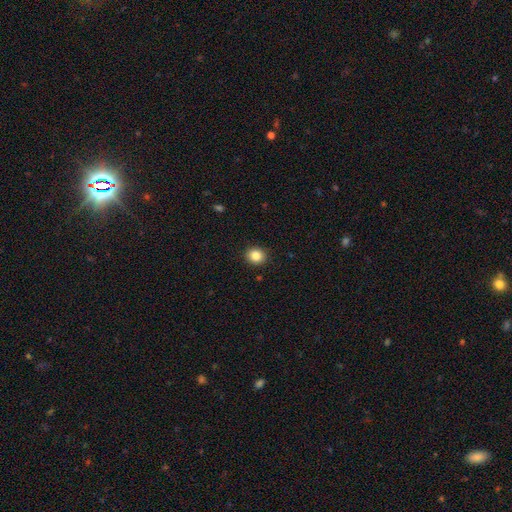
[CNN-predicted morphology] This is clearly a smooth galaxy (85%). How rounded: likely round (80%). Merging: clearly none (91%).